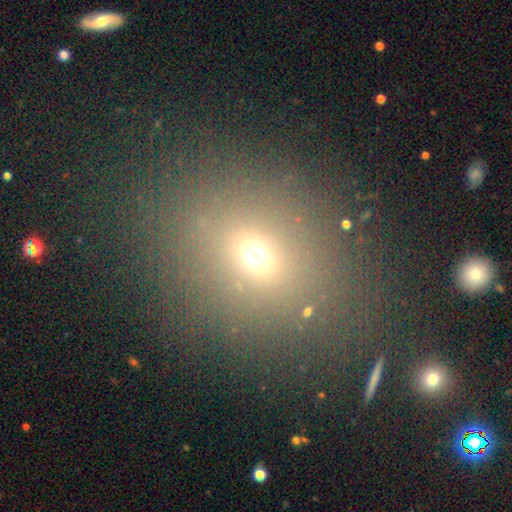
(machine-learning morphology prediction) type=smooth (64%); roundness=round (53%); merging=none (82%).